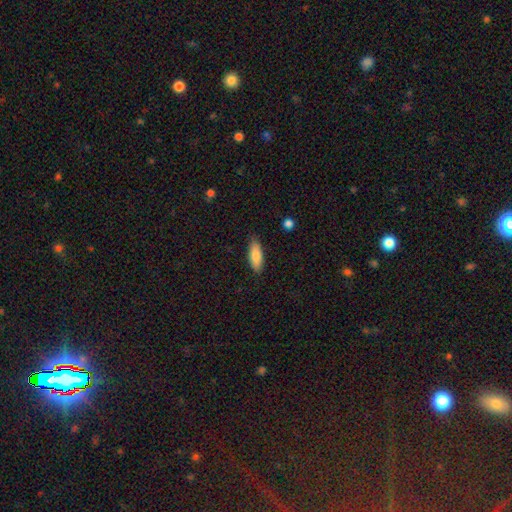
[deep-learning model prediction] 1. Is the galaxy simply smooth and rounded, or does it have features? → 83% smooth, 11% featured or disk, 6% star or artifact.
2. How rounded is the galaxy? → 66% in between, 33% cigar-shaped, 2% round.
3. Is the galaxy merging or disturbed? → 83% none, 13% minor disturbance, 2% major disturbance, 1% merger.